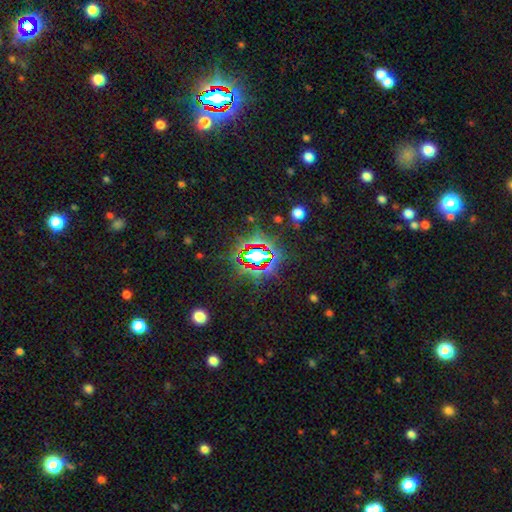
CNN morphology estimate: This is likely a star or artifact rather than a galaxy (79%).